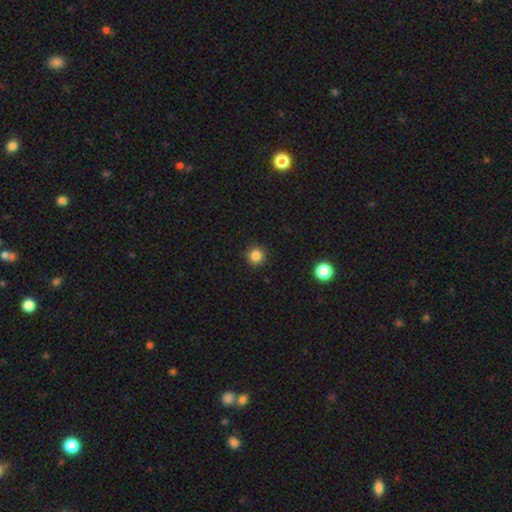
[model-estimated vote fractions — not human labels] This is clearly a smooth galaxy (83%). How rounded: clearly round (95%). Merging: clearly none (93%).